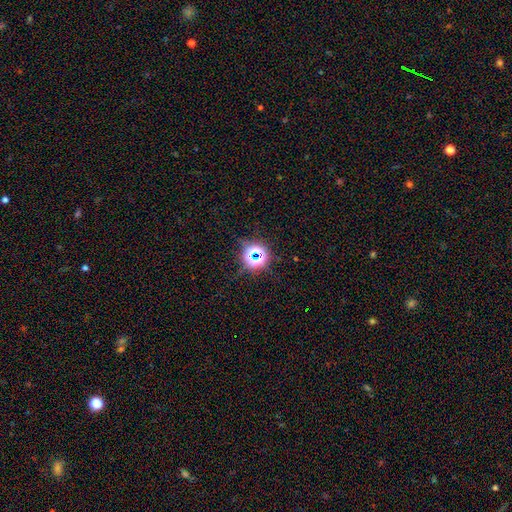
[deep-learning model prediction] This appears to be a star or artifact, not a galaxy (70%).